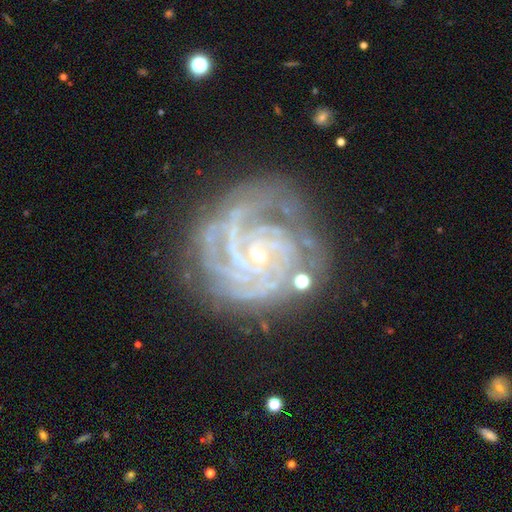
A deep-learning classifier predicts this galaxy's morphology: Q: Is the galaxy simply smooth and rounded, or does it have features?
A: featured or disk — 90%.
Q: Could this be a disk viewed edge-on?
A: no — 98%.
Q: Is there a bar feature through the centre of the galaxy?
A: no — 63%.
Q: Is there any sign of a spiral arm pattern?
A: yes — 99%.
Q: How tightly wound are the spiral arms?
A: tight — 77%.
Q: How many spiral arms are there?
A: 4 — 29%.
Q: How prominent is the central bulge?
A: small — 79%.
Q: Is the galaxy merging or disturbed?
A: none — 72%.